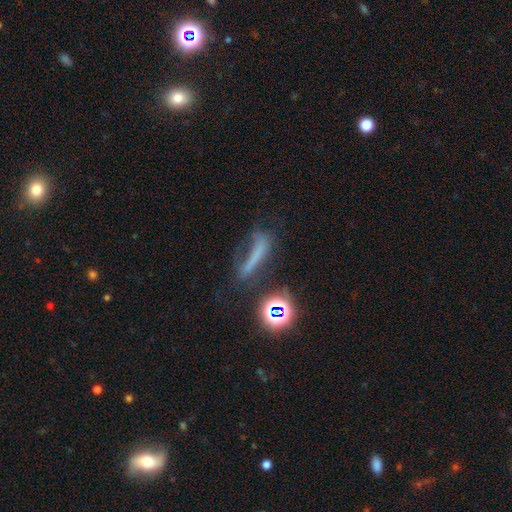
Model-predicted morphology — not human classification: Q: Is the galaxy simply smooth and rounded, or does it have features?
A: smooth — 41%.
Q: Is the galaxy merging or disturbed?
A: none — 43%.